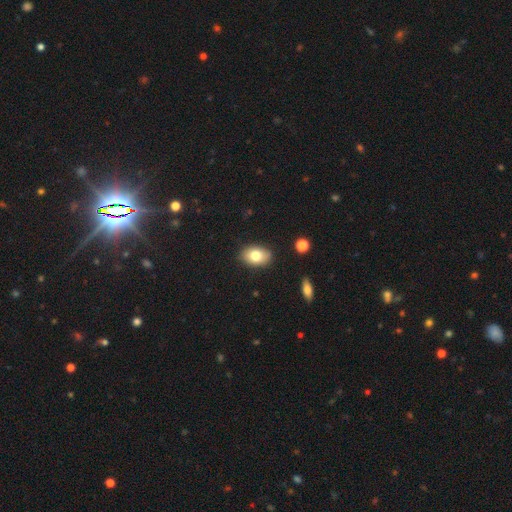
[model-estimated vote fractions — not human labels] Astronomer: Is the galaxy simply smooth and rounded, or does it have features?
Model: smooth — 78%.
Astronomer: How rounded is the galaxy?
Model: in between — 85%.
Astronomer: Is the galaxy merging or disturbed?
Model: none — 86%.